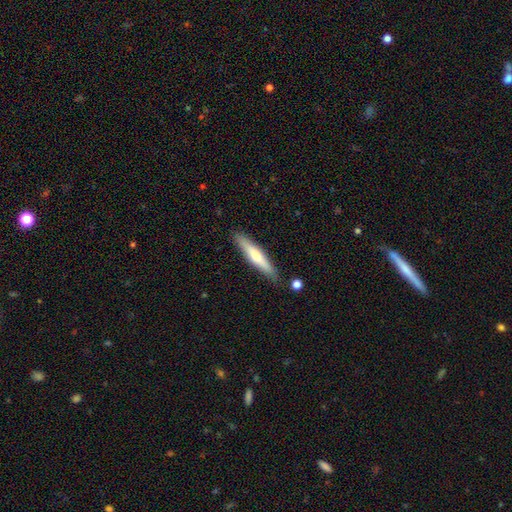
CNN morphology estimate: The model was most divided on "smooth or featured": smooth: 58%, featured or disk: 37%, star or artifact: 5%. More confident: how rounded — cigar-shaped (90%); merging — none (87%).